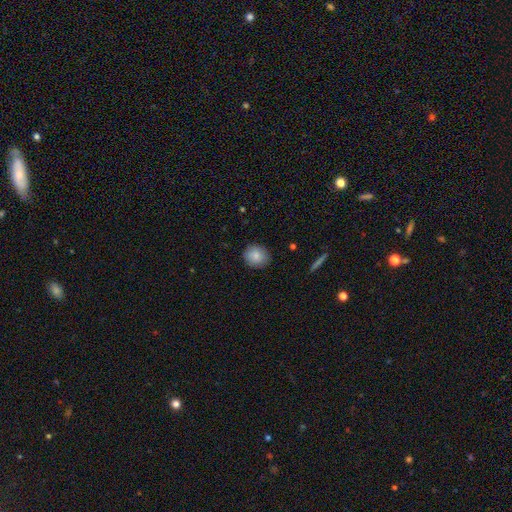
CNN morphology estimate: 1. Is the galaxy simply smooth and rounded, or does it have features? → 84% smooth, 8% featured or disk, 8% star or artifact.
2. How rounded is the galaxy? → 85% round, 14% in between, 1% cigar-shaped.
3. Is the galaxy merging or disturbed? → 87% none, 10% minor disturbance, 2% major disturbance, 1% merger.